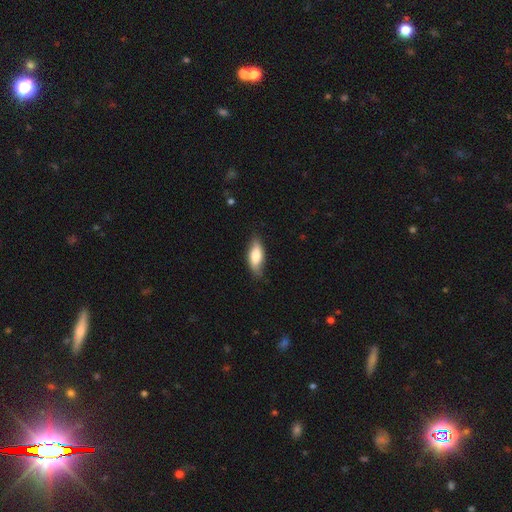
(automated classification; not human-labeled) Morphology: type=smooth (74%); roundness=in between (79%); merging=none (76%).